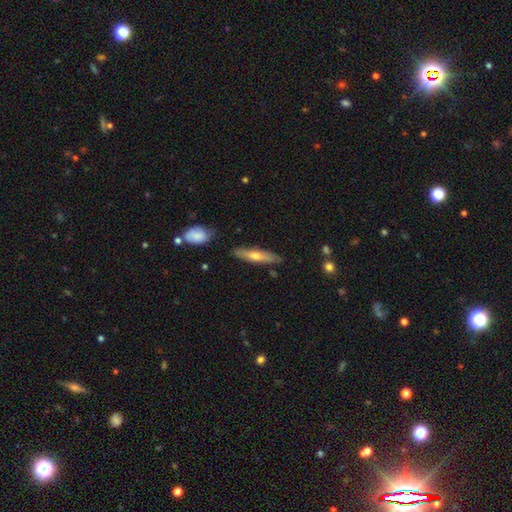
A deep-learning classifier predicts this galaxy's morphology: smooth_or_featured: smooth (p=0.48) [alt: featured or disk p=0.46]
merging: none (p=0.84) [alt: minor disturbance p=0.12]